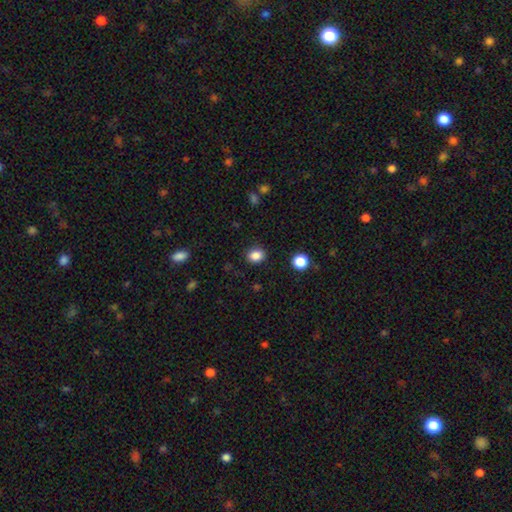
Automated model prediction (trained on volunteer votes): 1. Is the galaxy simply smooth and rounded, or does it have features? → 86% smooth, 10% star or artifact, 4% featured or disk.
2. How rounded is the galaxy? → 57% round, 42% in between, 1% cigar-shaped.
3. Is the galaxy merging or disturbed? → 87% none, 8% minor disturbance, 3% major disturbance, 1% merger.